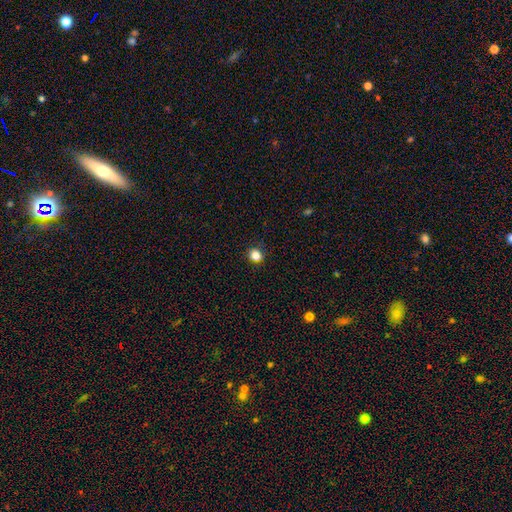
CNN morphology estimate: This is clearly a smooth galaxy (83%). How rounded: clearly round (82%). Merging: clearly none (91%).